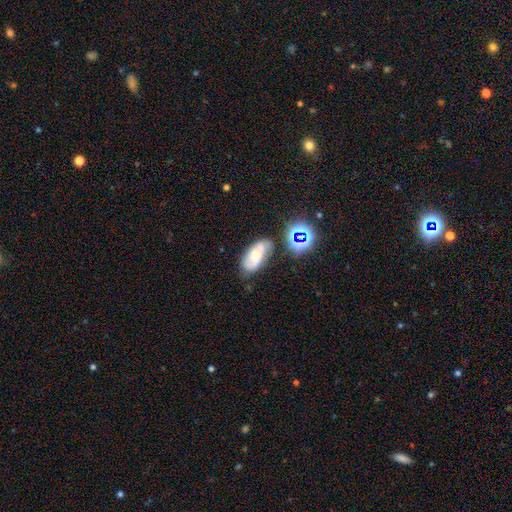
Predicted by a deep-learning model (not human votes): This appears to be a featured or disk galaxy (49%). Merging: none (62%).